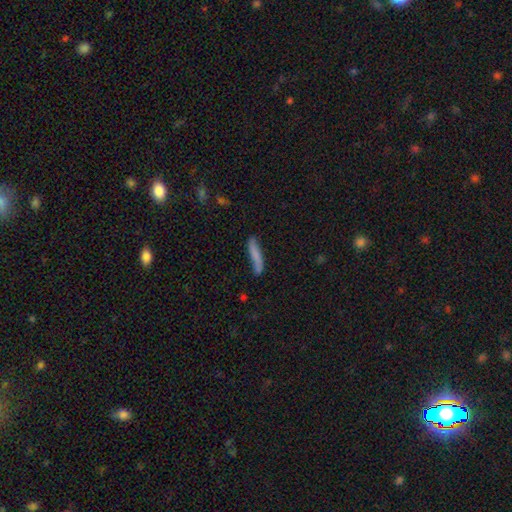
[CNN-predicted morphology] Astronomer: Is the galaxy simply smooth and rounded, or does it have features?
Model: smooth — 71%.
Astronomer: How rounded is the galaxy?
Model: cigar-shaped — 88%.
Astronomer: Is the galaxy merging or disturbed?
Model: none — 65%.